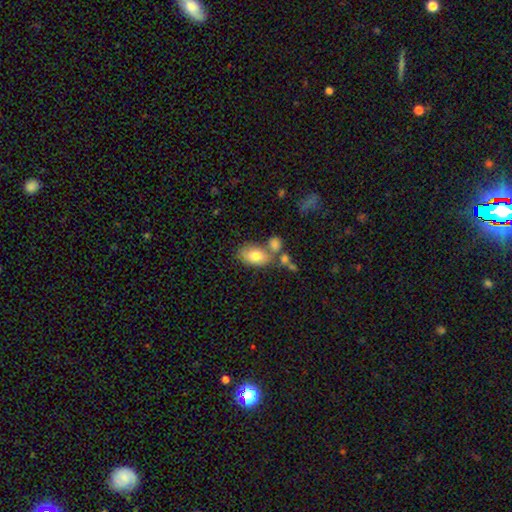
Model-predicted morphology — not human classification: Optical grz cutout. It shows a smooth galaxy with no disk features (76%) that is in between round and cigar-shaped (88%). Merging: none (50%).